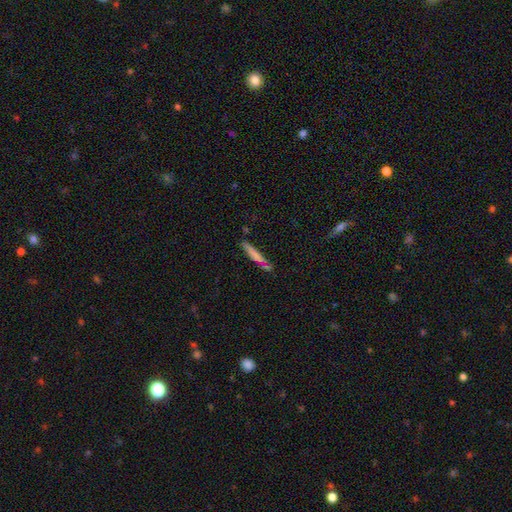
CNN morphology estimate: Smooth or featured: smooth — 66% (featured or disk — 27%)
How rounded: cigar-shaped — 93% (in between — 5%)
Merging: none — 68% (minor disturbance — 16%)